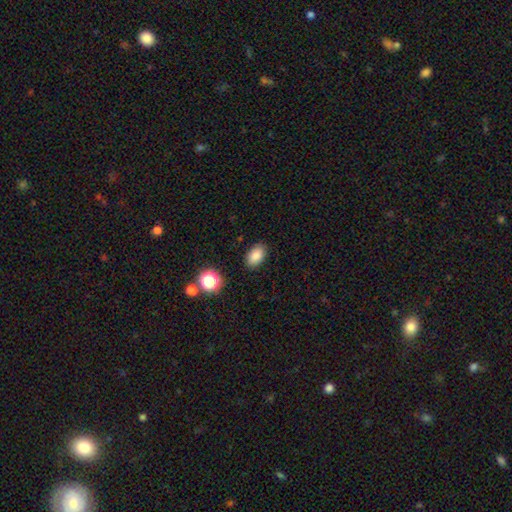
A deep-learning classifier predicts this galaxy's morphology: Smooth or featured: smooth — 85% (star or artifact — 10%)
How rounded: in between — 88% (round — 10%)
Merging: none — 87% (minor disturbance — 9%)